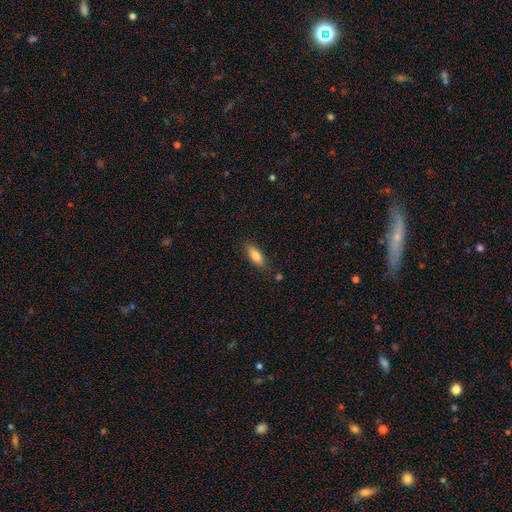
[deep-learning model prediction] Overall: smooth (82%). How rounded: in between (76%). Merging: none (84%).